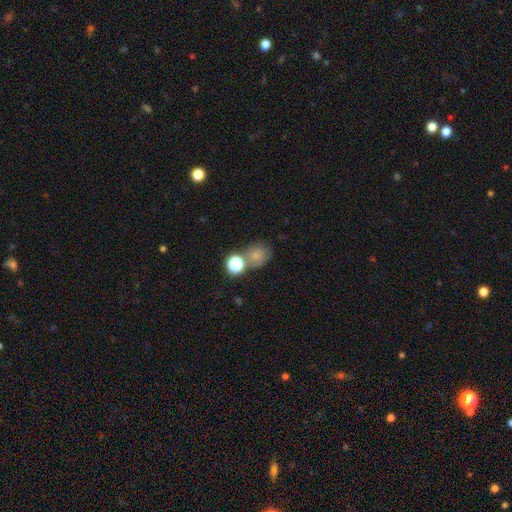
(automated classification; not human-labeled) smooth 69%, star or artifact 18%, featured or disk 13%. Down the decision tree: how rounded — round (71%); merging — none (53%).